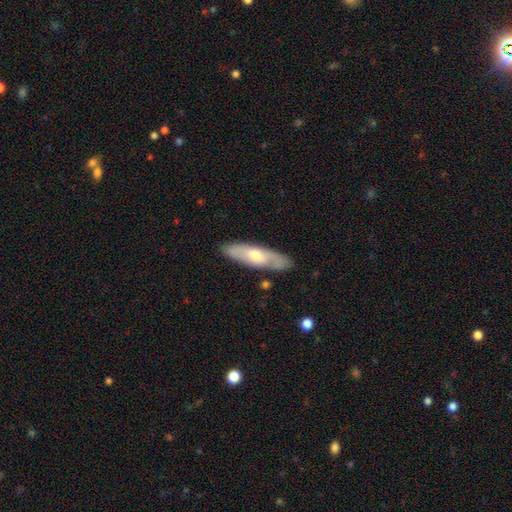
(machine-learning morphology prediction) Smooth or featured?
  - featured or disk: 51% *
  - smooth: 43%
  - star or artifact: 6%
Edge-on disk?
  - no: 52% *
  - yes: 48%
Merging?
  - none: 84% *
  - minor disturbance: 12%
  - major disturbance: 2%
  - merger: 2%